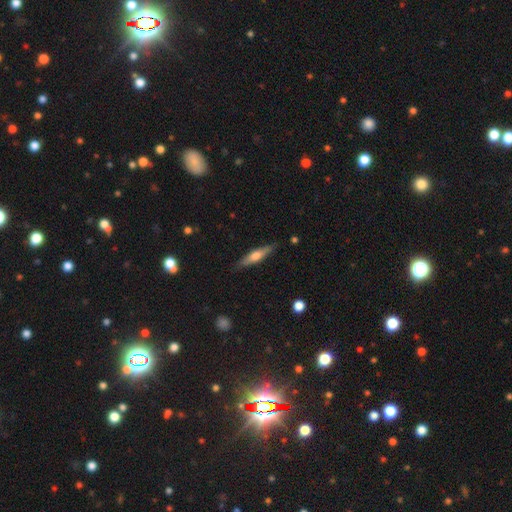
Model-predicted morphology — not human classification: smooth_or_featured: featured or disk (p=0.51) [alt: smooth p=0.44]
disk_edge_on: yes (p=0.94) [alt: no p=0.06]
merging: none (p=0.86) [alt: minor disturbance p=0.10]